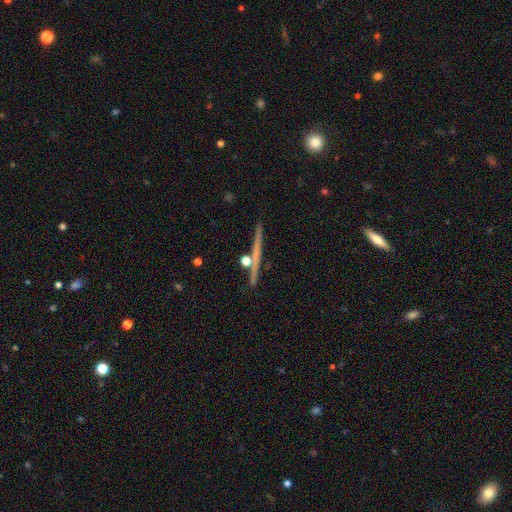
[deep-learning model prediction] This is likely a featured or disk galaxy (73%). It is clearly viewed edge-on (98%). Edge-on bulge: possibly rounded (56%). Merging: clearly none (87%).